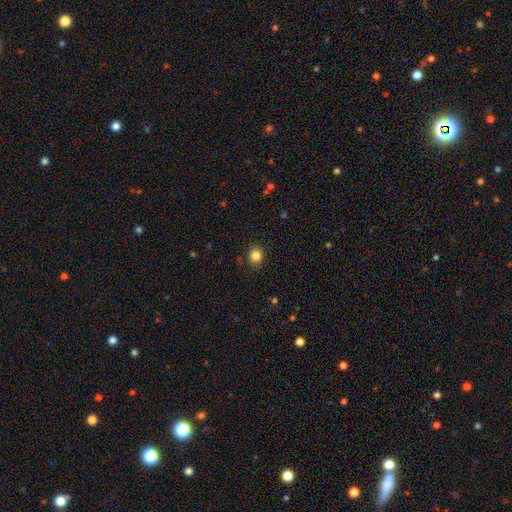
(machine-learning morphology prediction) smooth 84%, star or artifact 11%, featured or disk 4%. Down the decision tree: how rounded — round (81%); merging — none (89%).